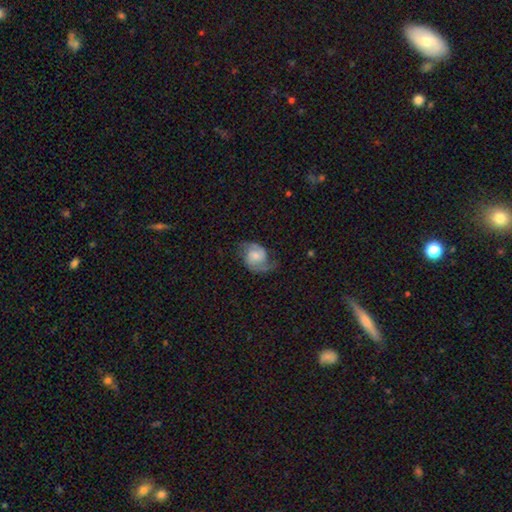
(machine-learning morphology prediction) Smooth or featured? featured or disk (80%)
Edge-on disk? no (98%)
Bar? no (62%)
Spiral arms? yes (96%)
Spiral winding? medium (51%)
Spiral arm count? 2 (91%)
Bulge size? moderate (44%)
Merging? none (70%)